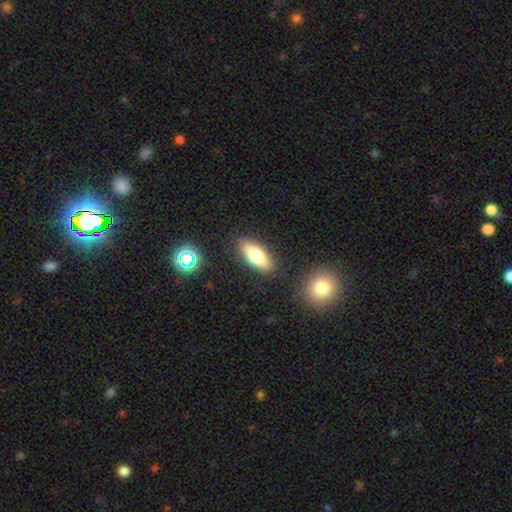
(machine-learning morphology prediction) Overall: smooth (71%). How rounded: in between (75%). Merging: none (86%).